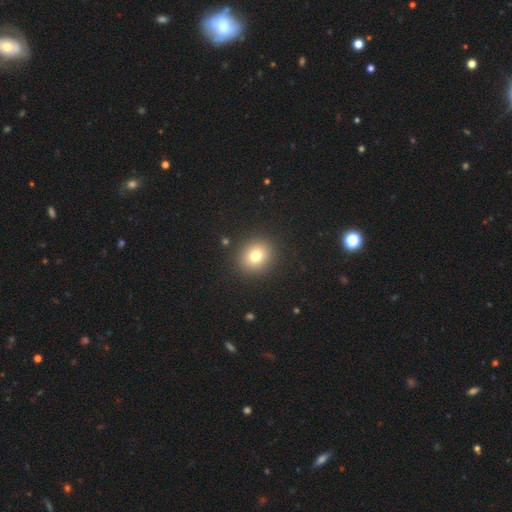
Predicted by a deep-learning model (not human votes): Q: Smooth or featured?
A: smooth (77%); runner-up: star or artifact (13%)
Q: How rounded?
A: round (74%); runner-up: in between (25%)
Q: Merging?
A: none (90%); runner-up: minor disturbance (6%)